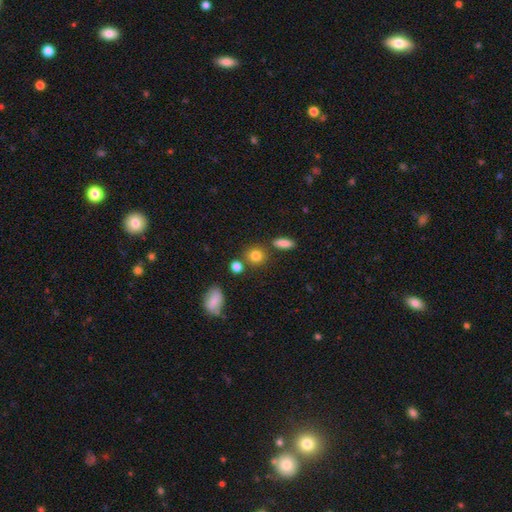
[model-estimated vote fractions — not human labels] smooth-or-featured: smooth: 82% | star or artifact: 11% | featured or disk: 7%
  how-rounded: round: 80% | in between: 18% | cigar-shaped: 2%
  merging: none: 76% | merger: 11% | minor disturbance: 10% | major disturbance: 3%